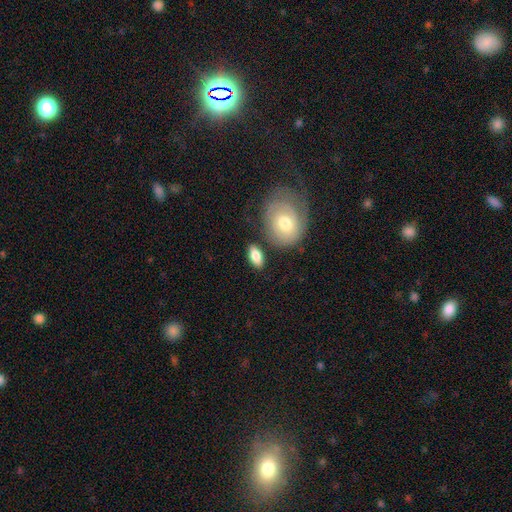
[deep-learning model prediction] This is likely a smooth galaxy (80%). How rounded: clearly in between (86%). Merging: likely none (77%).